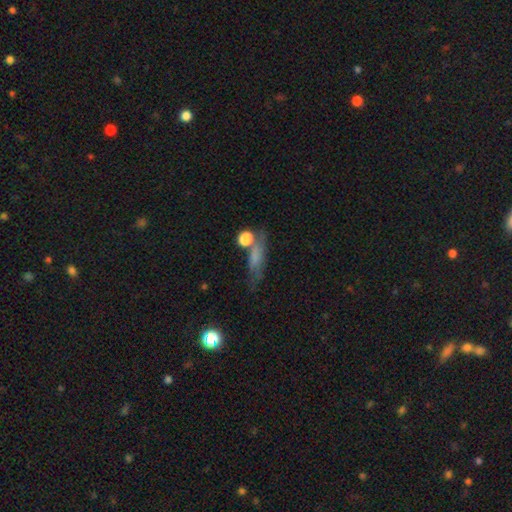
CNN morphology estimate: A smooth galaxy with no disk features (60%) that is cigar-shaped (50%). Merging: none (53%).